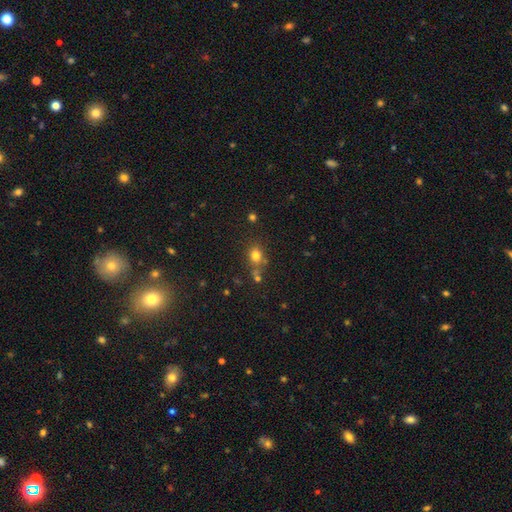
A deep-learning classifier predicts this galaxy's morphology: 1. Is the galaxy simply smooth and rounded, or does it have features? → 75% smooth, 17% star or artifact, 9% featured or disk.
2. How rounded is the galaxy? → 66% round, 33% in between, 1% cigar-shaped.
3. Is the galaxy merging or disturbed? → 63% none, 17% merger, 14% minor disturbance, 6% major disturbance.